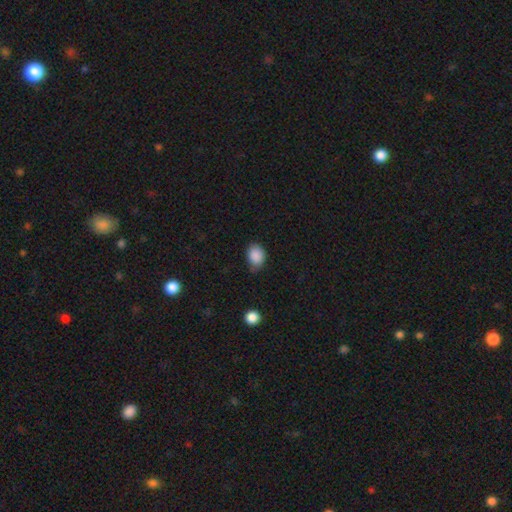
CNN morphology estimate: Overall: smooth (88%). How rounded: in between (56%; round 43%). Merging: none (61%; minor disturbance 31%).